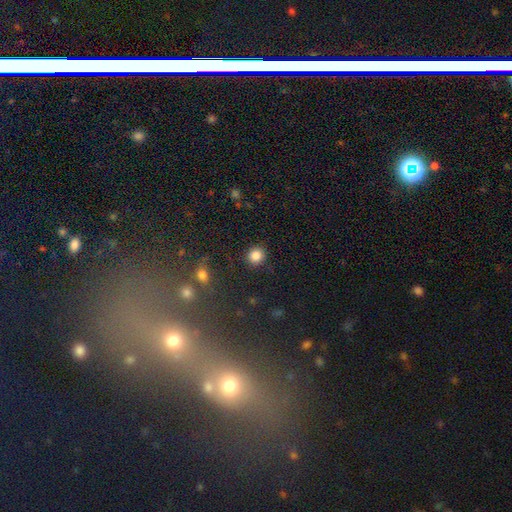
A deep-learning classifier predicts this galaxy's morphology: Smooth or featured? Predicted: smooth (p=0.84). How rounded? Predicted: round (p=0.89). Merging? Predicted: none (p=0.90).